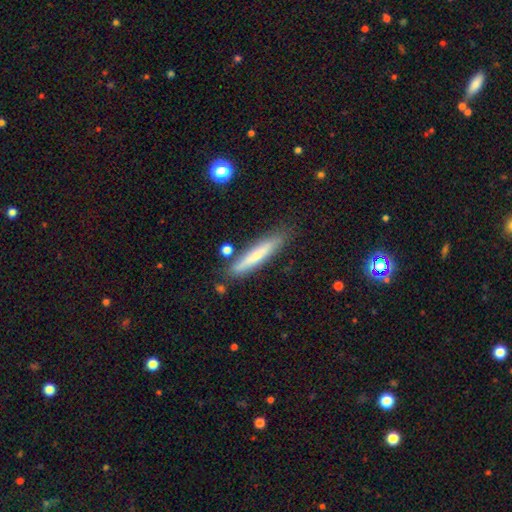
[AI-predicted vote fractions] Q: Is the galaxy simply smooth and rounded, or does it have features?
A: smooth — 59%.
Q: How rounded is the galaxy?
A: cigar-shaped — 91%.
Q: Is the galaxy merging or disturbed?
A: none — 81%.